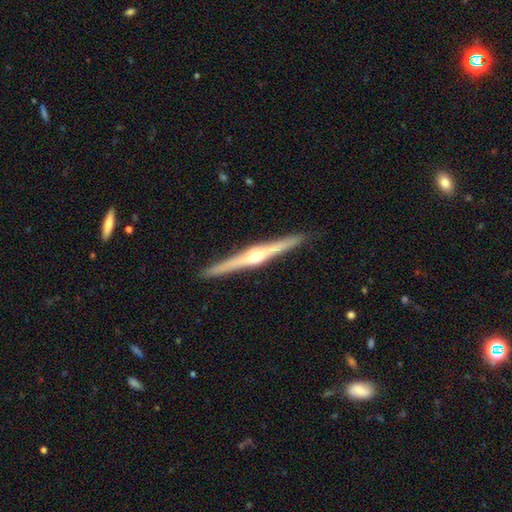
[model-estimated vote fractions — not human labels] Smooth or featured? featured or disk (84%)
Edge-on disk? yes (99%)
Edge-on bulge? rounded (90%)
Merging? none (92%)